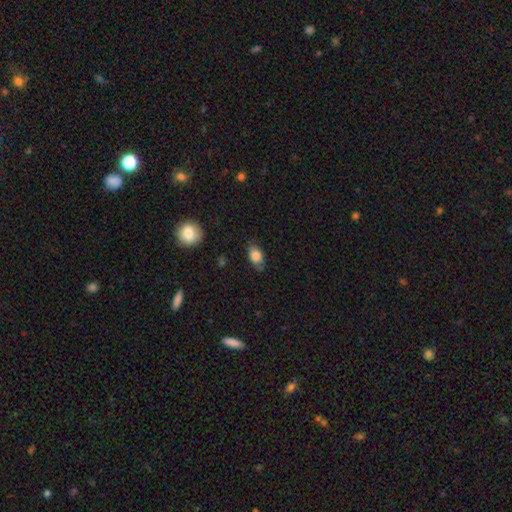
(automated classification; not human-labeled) Overall: smooth (79%). How rounded: in between (86%). Merging: none (74%).